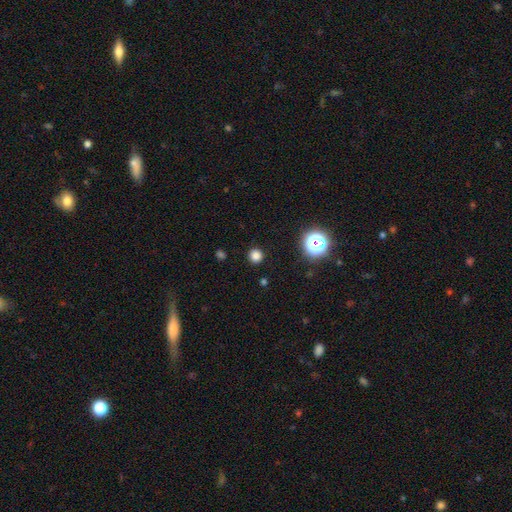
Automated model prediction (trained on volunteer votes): smooth 79%, star or artifact 17%, featured or disk 4%. Down the decision tree: how rounded — round (94%); merging — none (91%).